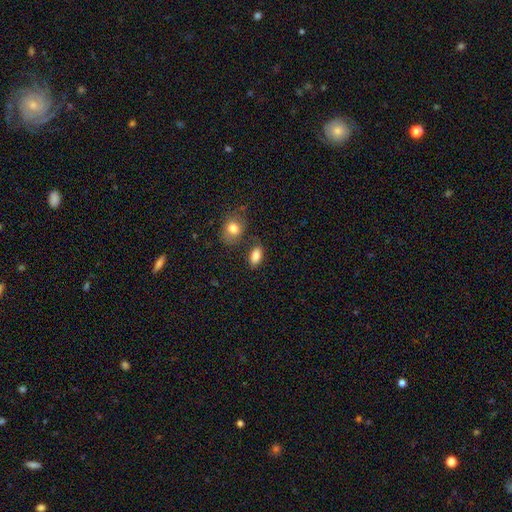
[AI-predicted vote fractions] This appears to be a smooth galaxy with no disk features (86%) that is in between round and cigar-shaped (89%). Merging: none (77%).